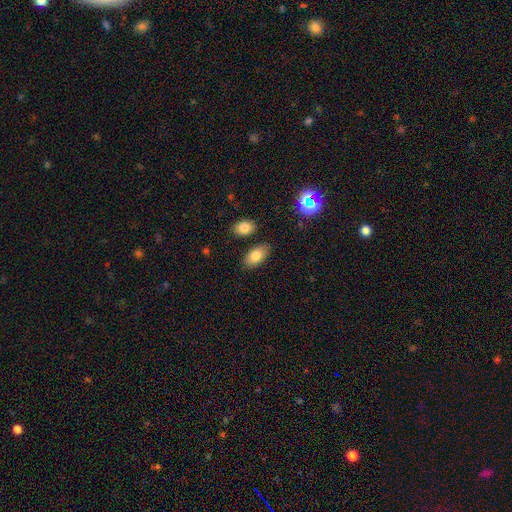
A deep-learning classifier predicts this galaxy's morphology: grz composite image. It shows a smooth galaxy with no disk features (81%) that is in between round and cigar-shaped (93%). Merging: none (82%).